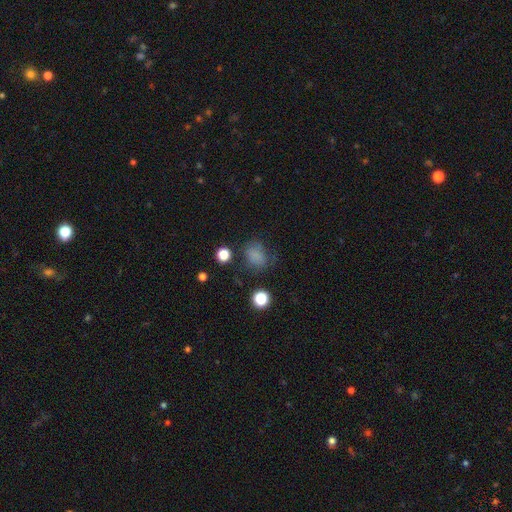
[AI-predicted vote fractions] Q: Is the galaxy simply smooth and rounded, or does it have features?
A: smooth — 75%.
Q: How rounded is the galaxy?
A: in between — 55%.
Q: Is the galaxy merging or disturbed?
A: none — 61%.